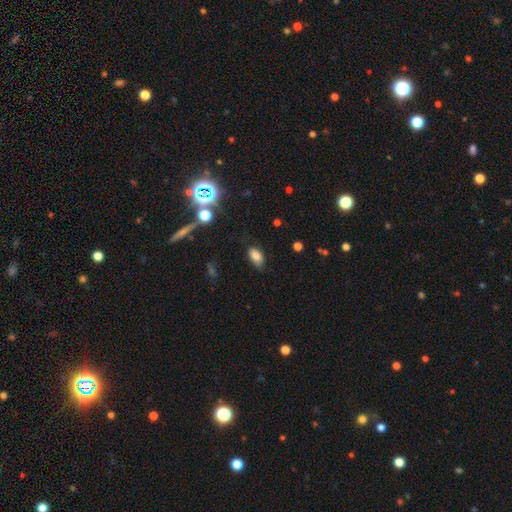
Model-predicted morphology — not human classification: Smooth or featured? smooth (79%)
How rounded? in between (91%)
Merging? none (75%)